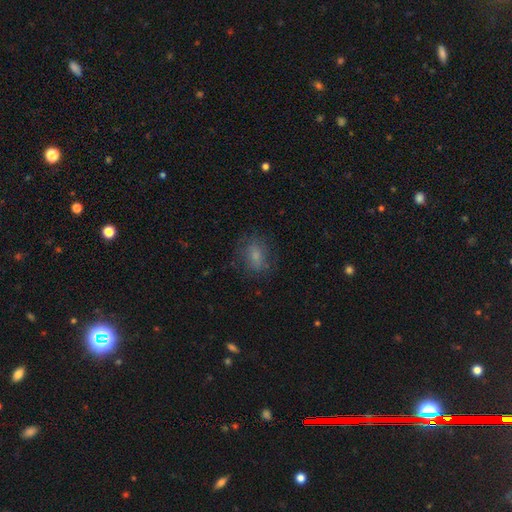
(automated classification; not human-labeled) smooth-or-featured: smooth: 69% | featured or disk: 20% | star or artifact: 12%
  how-rounded: in between: 66% | round: 31% | cigar-shaped: 3%
  merging: none: 72% | minor disturbance: 17% | major disturbance: 10% | merger: 1%